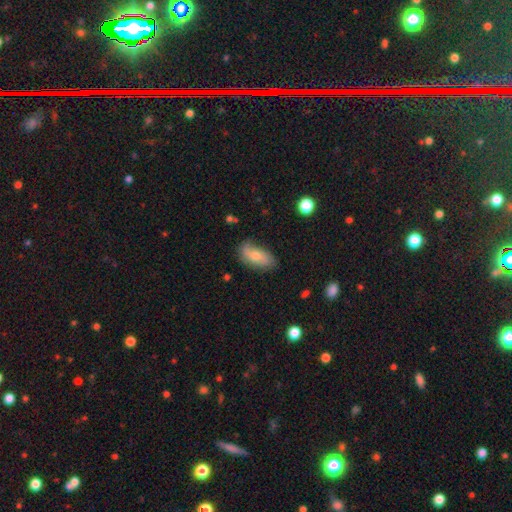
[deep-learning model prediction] smooth 54%, featured or disk 38%, star or artifact 8%. Down the decision tree: how rounded — in between (87%); merging — none (67%).